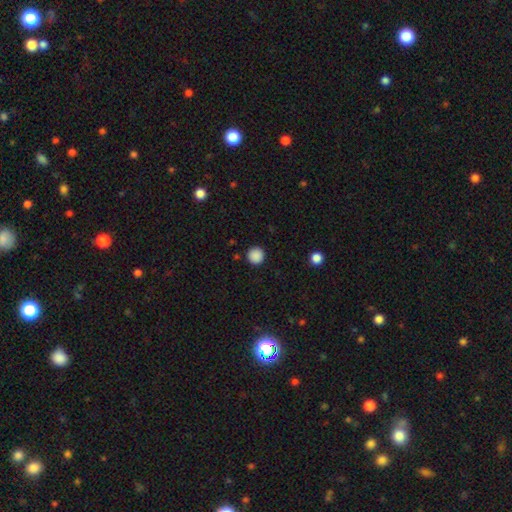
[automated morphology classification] smooth_or_featured: smooth (p=0.88) [alt: star or artifact p=0.09]
how_rounded: round (p=0.96) [alt: in between p=0.03]
merging: none (p=0.92) [alt: minor disturbance p=0.05]